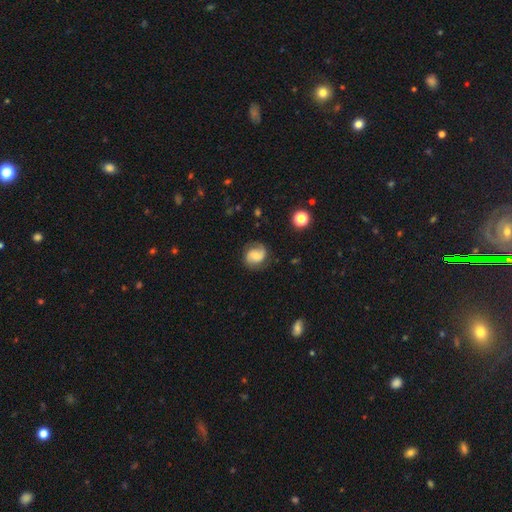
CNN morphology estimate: Q: Smooth or featured?
A: featured or disk (66%); runner-up: smooth (26%)
Q: Edge-on disk?
A: no (98%); runner-up: yes (2%)
Q: Bar?
A: no (51%); runner-up: weak (39%)
Q: Spiral arms?
A: yes (93%); runner-up: no (7%)
Q: Spiral winding?
A: medium (45%); runner-up: tight (33%)
Q: Spiral arm count?
A: 2 (84%); runner-up: can't tell (7%)
Q: Bulge size?
A: small (49%); runner-up: moderate (35%)
Q: Merging?
A: none (76%); runner-up: minor disturbance (16%)